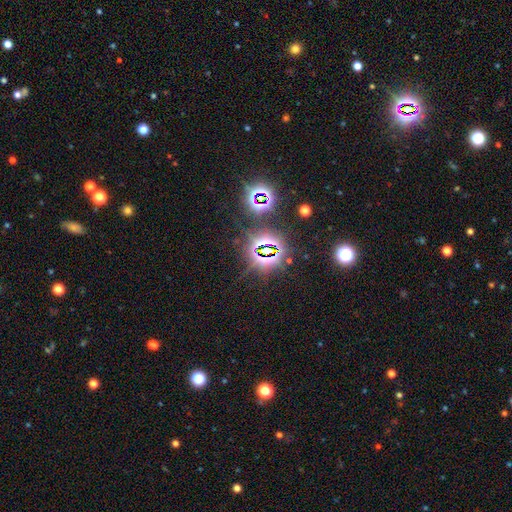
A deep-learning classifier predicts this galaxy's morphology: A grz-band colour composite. It shows a star or artifact, not a galaxy (77%).